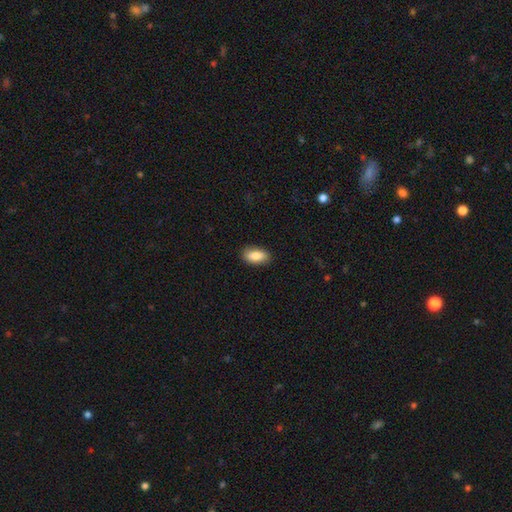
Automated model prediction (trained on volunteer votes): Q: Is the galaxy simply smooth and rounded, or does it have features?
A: smooth — 86%.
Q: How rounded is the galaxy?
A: in between — 91%.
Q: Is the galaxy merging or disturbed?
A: none — 88%.